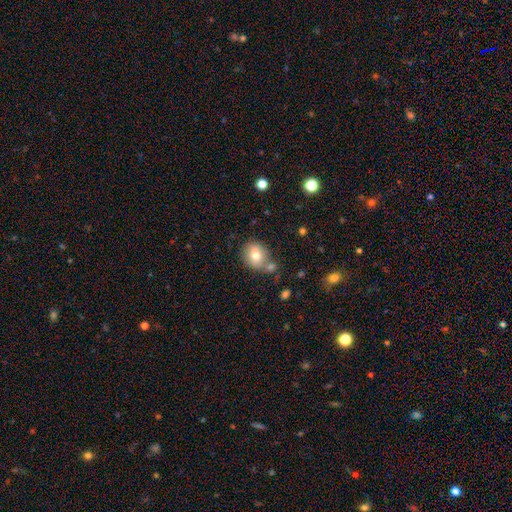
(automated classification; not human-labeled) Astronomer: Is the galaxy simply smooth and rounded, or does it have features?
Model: smooth — 74%.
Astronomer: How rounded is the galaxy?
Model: round — 64%.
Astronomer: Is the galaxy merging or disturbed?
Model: none — 60%.